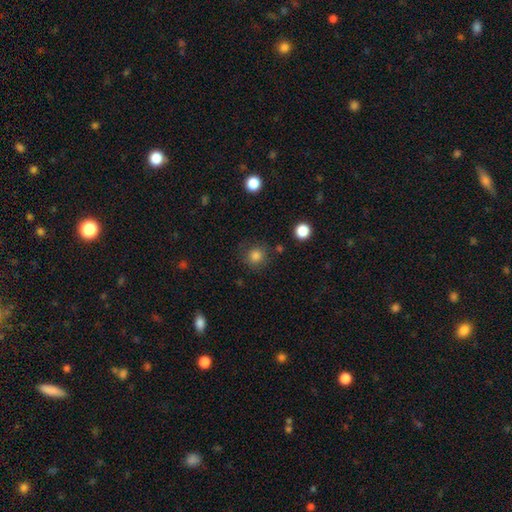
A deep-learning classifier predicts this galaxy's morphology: A smooth galaxy with no disk features (83%) that is round (90%). Merging: none (81%).